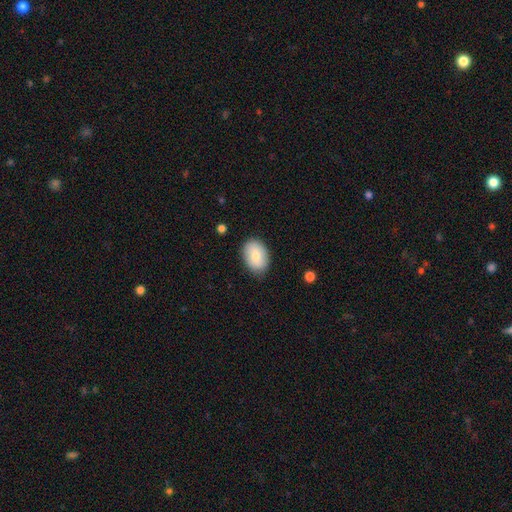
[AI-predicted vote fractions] Smooth or featured? smooth (76%)
How rounded? in between (79%)
Merging? none (84%)